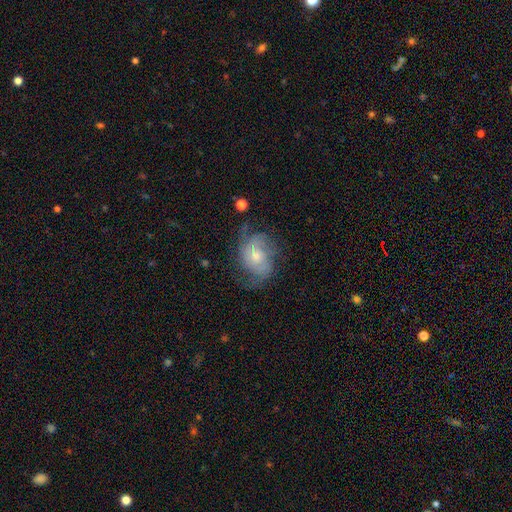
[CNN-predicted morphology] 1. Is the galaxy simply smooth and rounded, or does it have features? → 68% featured or disk, 24% smooth, 8% star or artifact.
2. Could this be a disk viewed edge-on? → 97% no, 3% yes.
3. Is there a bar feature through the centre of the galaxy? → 70% no, 26% weak, 4% strong.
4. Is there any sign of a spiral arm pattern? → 86% yes, 14% no.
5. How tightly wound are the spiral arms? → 43% medium, 36% tight, 22% loose.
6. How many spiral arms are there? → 39% 2, 33% can't tell, 14% 3, 5% 1, 5% 4, 4% more than 4.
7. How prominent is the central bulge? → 49% moderate, 40% small, 5% large, 4% none, 1% dominant.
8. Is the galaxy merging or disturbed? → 56% none, 25% minor disturbance, 17% major disturbance, 2% merger.